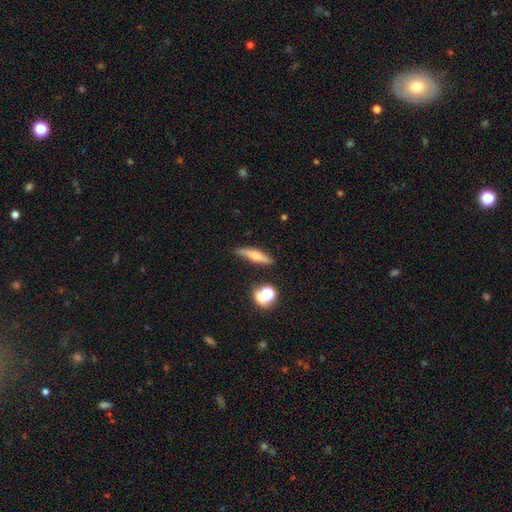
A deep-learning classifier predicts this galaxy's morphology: A smooth galaxy with no disk features (56%) that is cigar-shaped (74%). Merging: none (77%).